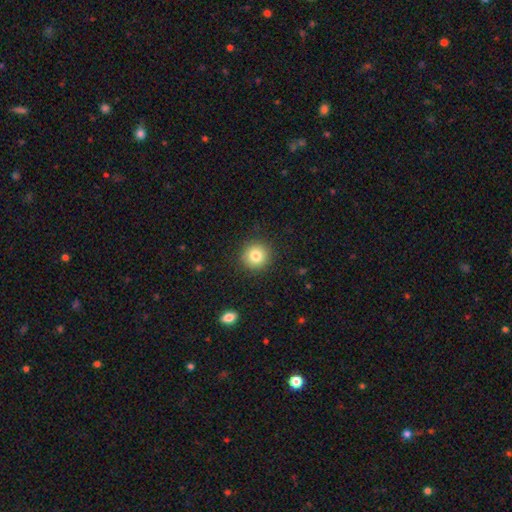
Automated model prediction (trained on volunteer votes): This is clearly a smooth galaxy (81%). How rounded: clearly round (94%). Merging: clearly none (91%).